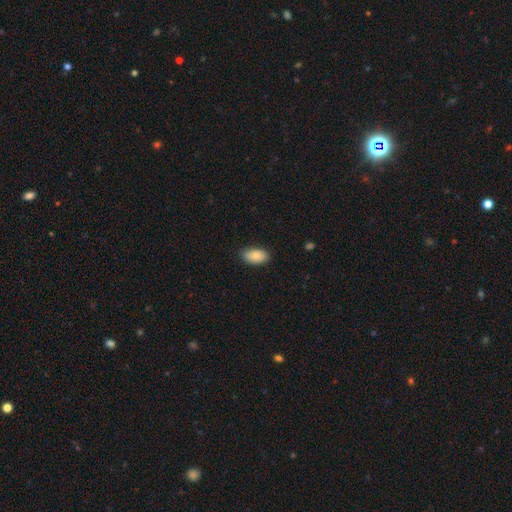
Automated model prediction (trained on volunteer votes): Smooth or featured: smooth — 85% (featured or disk — 8%)
How rounded: in between — 94% (round — 4%)
Merging: none — 85% (minor disturbance — 12%)